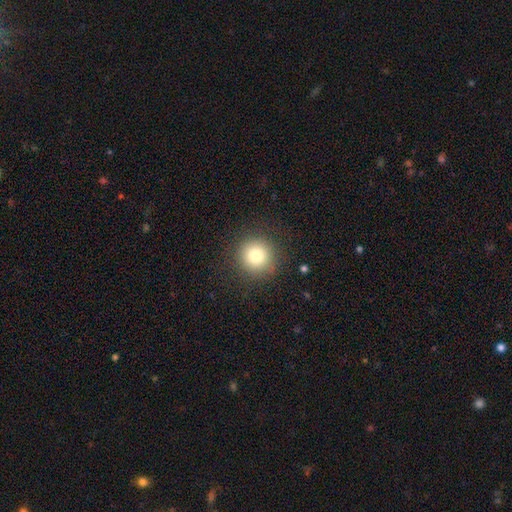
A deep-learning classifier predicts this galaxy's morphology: Smooth or featured? Predicted: smooth (p=0.78). How rounded? Predicted: round (p=0.94). Merging? Predicted: none (p=0.89).